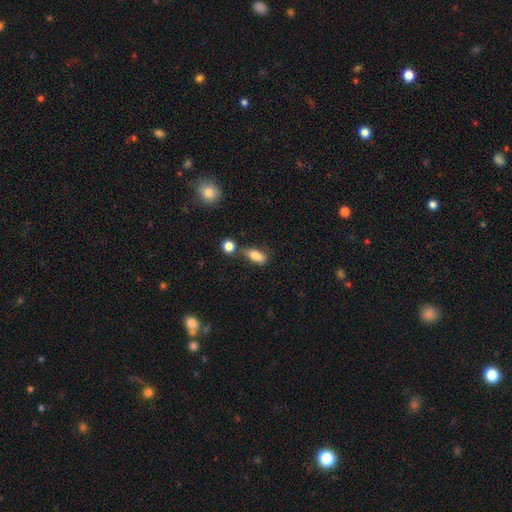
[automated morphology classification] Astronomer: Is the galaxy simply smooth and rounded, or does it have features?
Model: smooth — 85%.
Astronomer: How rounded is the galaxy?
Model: in between — 82%.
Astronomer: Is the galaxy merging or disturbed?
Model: none — 59%.